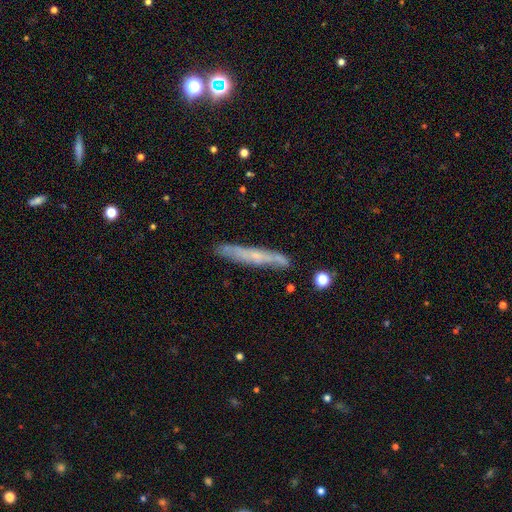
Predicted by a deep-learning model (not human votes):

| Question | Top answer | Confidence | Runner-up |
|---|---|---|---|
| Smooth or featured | featured or disk | 53% | smooth (38%) |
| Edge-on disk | yes | 85% | no (15%) |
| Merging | none | 82% | minor disturbance (13%) |